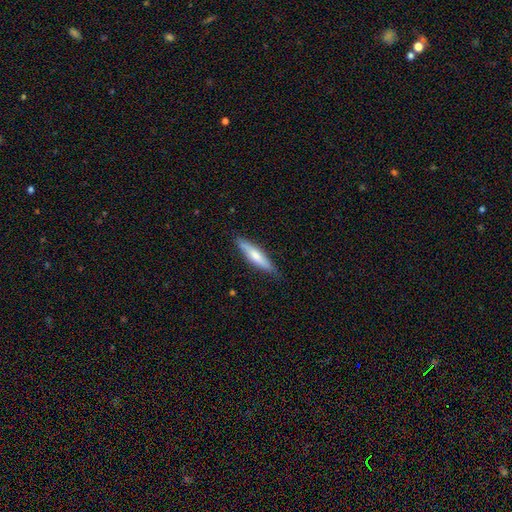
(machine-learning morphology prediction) Overall: smooth (62%; featured or disk 33%). How rounded: cigar-shaped (81%). Merging: none (85%).